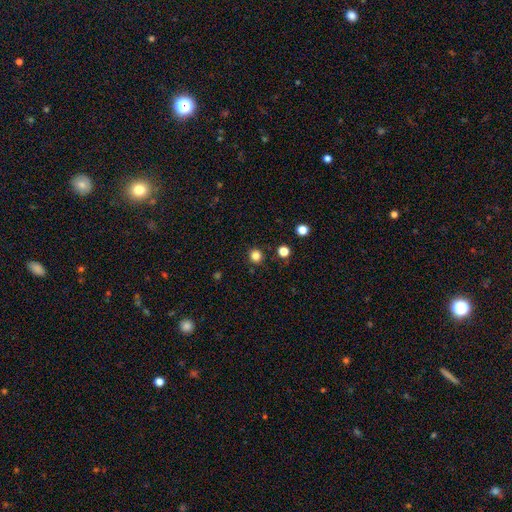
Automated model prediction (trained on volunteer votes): Smooth or featured? Predicted: smooth (p=0.83). How rounded? Predicted: round (p=0.93). Merging? Predicted: none (p=0.90).